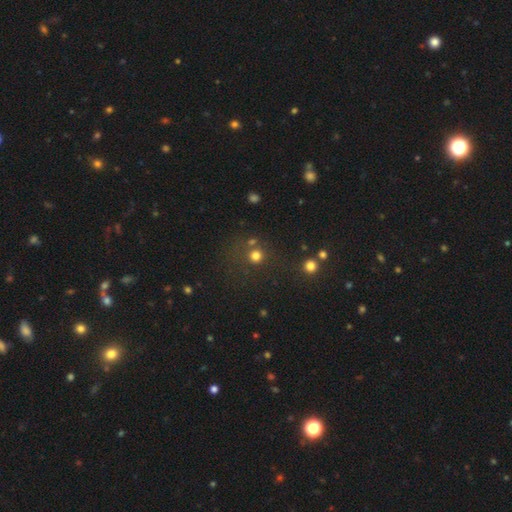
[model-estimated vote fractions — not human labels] Smooth or featured: smooth — 75% (star or artifact — 19%)
How rounded: round — 91% (in between — 8%)
Merging: none — 70% (merger — 14%)